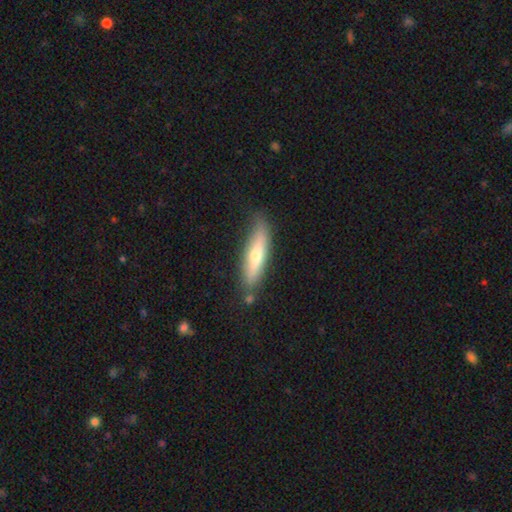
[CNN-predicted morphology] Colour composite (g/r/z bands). It shows a smooth galaxy with no disk features (55%) that is cigar-shaped (74%). Merging: none (77%).